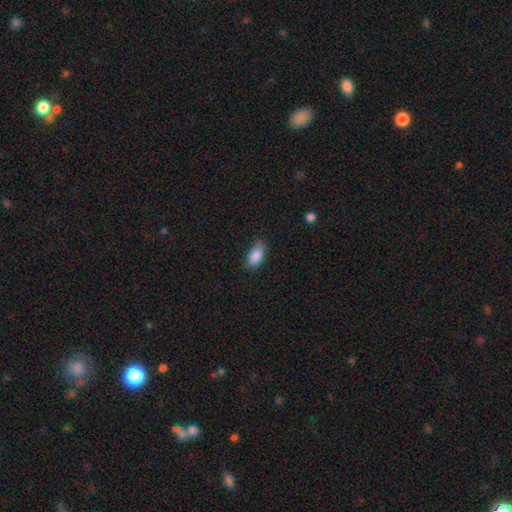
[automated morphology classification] A smooth galaxy with no disk features (87%) that is in between round and cigar-shaped (91%).

Vote fractions:
- Smooth or featured? smooth: 87% / star or artifact: 7% / featured or disk: 5%
- How rounded? in between: 91% / cigar-shaped: 5% / round: 4%
- Merging? none: 73% / minor disturbance: 22% / major disturbance: 4% / merger: 1%